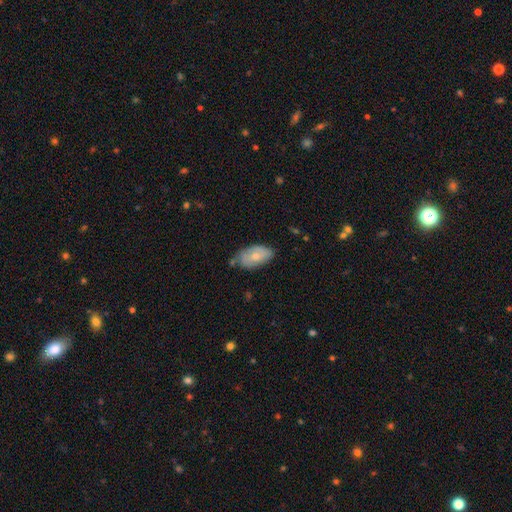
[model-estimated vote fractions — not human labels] This appears to be a smooth galaxy with no disk features (66%) that is in between round and cigar-shaped (93%). Merging: none (58%).